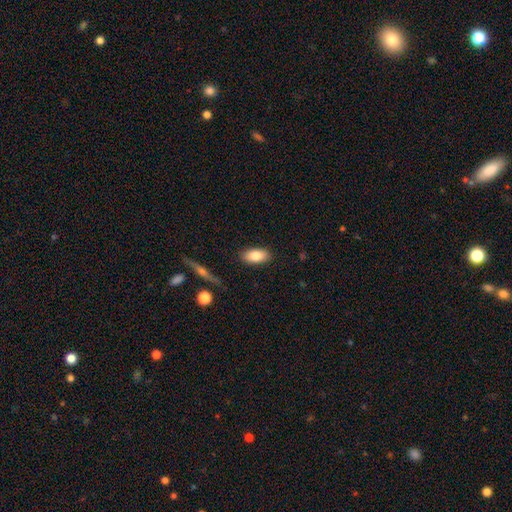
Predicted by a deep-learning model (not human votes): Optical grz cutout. It shows a smooth galaxy with no disk features (84%) that is in between round and cigar-shaped (91%). Merging: none (87%).